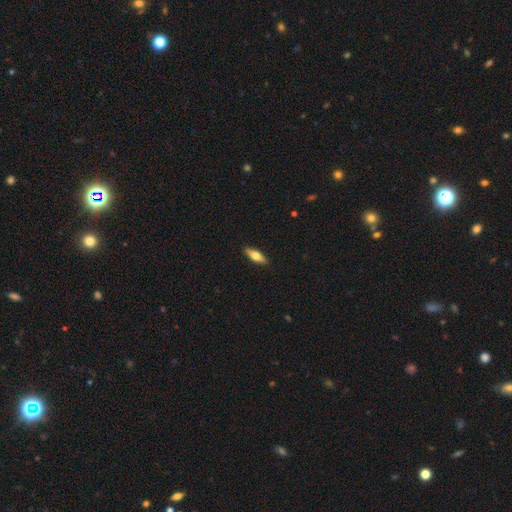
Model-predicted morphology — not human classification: smooth_or_featured: smooth (p=0.56) [alt: featured or disk p=0.38]
how_rounded: in between (p=0.57) [alt: cigar-shaped p=0.41]
merging: none (p=0.90) [alt: minor disturbance p=0.08]